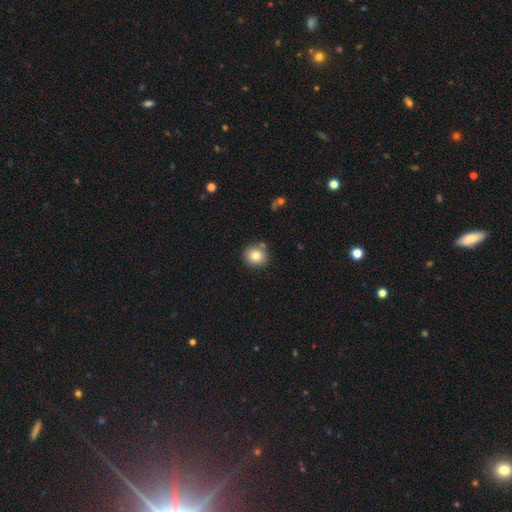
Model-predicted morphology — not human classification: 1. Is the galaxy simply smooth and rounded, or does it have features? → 81% smooth, 10% star or artifact, 9% featured or disk.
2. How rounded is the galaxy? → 85% round, 14% in between, 1% cigar-shaped.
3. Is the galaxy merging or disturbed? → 81% none, 10% minor disturbance, 6% merger, 2% major disturbance.